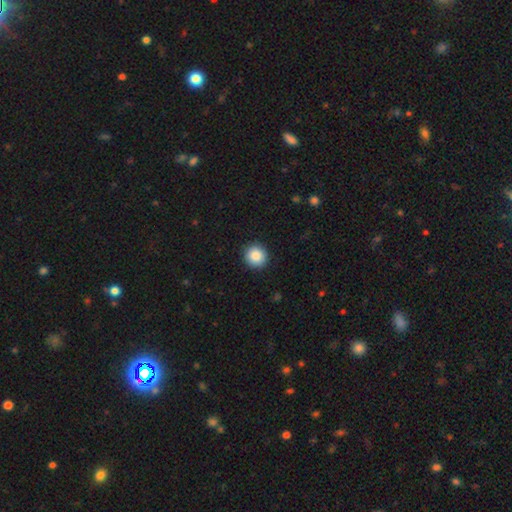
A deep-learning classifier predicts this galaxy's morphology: Smooth or featured? smooth (87%)
How rounded? round (93%)
Merging? none (92%)